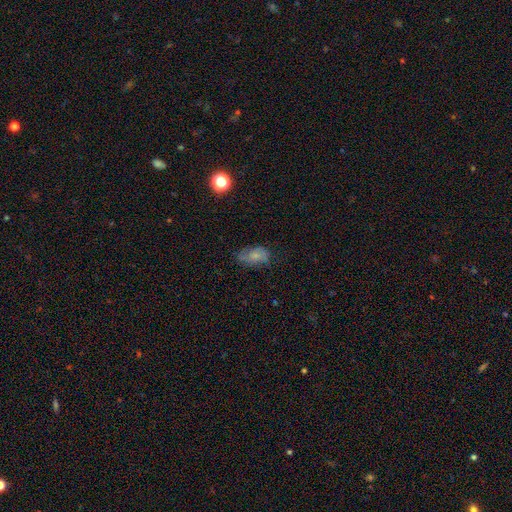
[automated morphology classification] The model was most divided on "merging": none: 56%, minor disturbance: 29%, major disturbance: 12%, merger: 2%. More confident: how rounded — in between (87%); smooth or featured — smooth (60%).